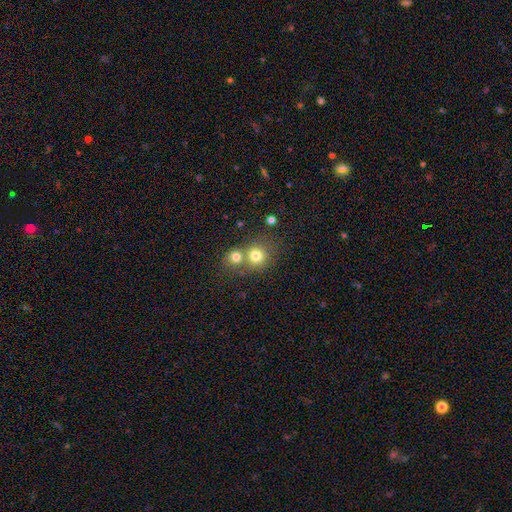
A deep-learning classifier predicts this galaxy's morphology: This is likely a smooth galaxy (77%). How rounded: clearly round (84%). Merging: possibly none (46%).